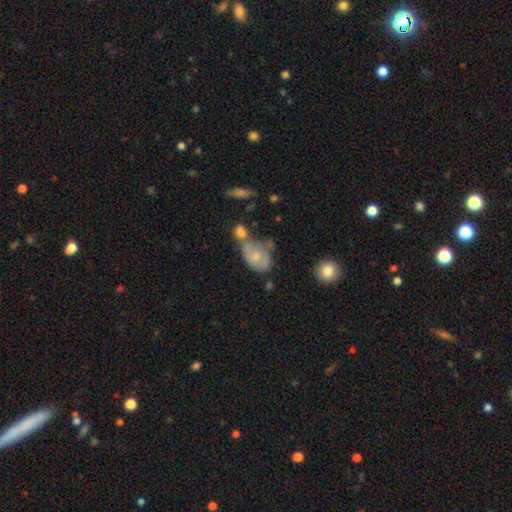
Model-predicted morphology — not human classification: Smooth or featured? Predicted: smooth (p=0.57). How rounded? Predicted: in between (p=0.78). Merging? Predicted: merger (p=0.36).